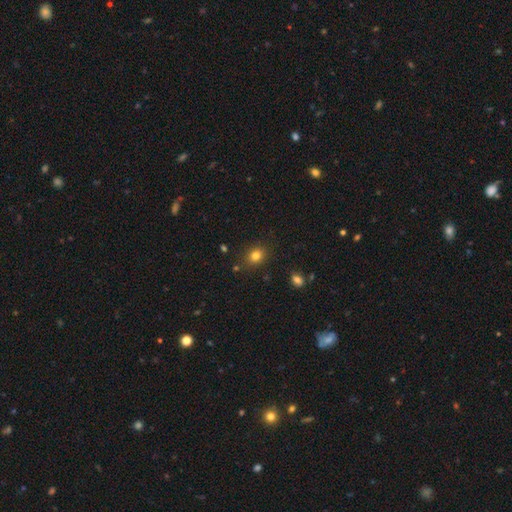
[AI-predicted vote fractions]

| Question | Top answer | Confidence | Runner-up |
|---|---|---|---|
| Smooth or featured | smooth | 80% | star or artifact (13%) |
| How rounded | round | 61% | in between (38%) |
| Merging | none | 84% | minor disturbance (11%) |